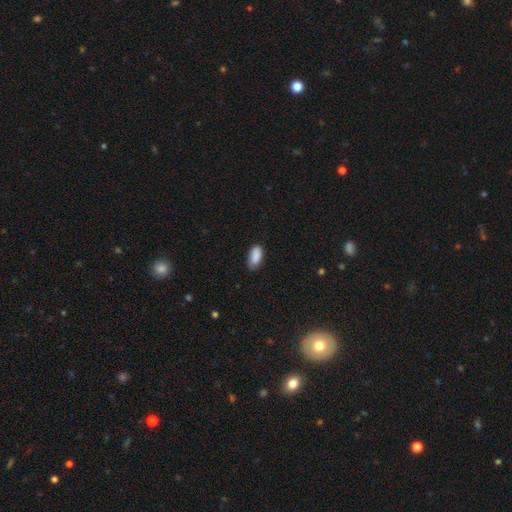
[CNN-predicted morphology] This is clearly a smooth galaxy (88%). How rounded: clearly in between (90%). Merging: likely none (74%).